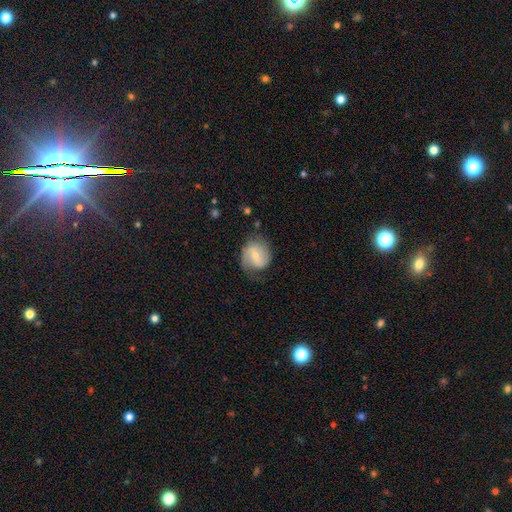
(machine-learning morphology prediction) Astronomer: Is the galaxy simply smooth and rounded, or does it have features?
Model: featured or disk — 57% (runner-up: smooth, 37%).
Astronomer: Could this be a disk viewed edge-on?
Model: no — 97%.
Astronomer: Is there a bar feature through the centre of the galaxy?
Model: weak — 53%.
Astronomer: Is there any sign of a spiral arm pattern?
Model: yes — 84%.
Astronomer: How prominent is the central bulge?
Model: small — 52% (runner-up: moderate, 39%).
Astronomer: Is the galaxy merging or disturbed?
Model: none — 58%.